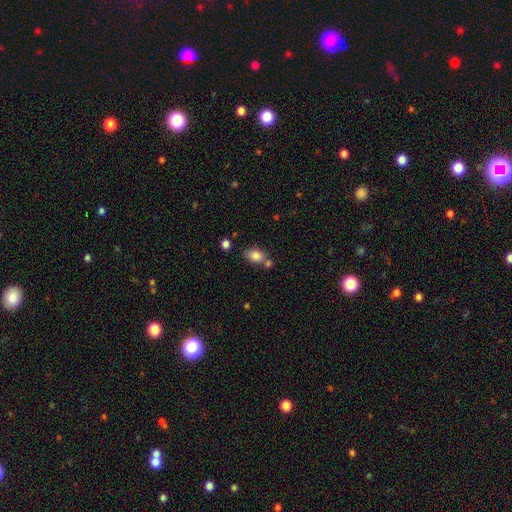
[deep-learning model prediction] Smooth or featured? Predicted: smooth (p=0.83). How rounded? Predicted: in between (p=0.82). Merging? Predicted: none (p=0.59).